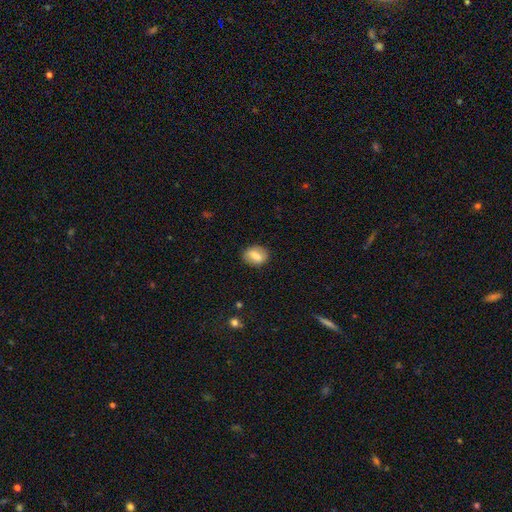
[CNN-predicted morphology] smooth_or_featured: smooth (p=0.69) [alt: featured or disk p=0.23]
how_rounded: in between (p=0.64) [alt: round p=0.34]
merging: none (p=0.84) [alt: minor disturbance p=0.12]